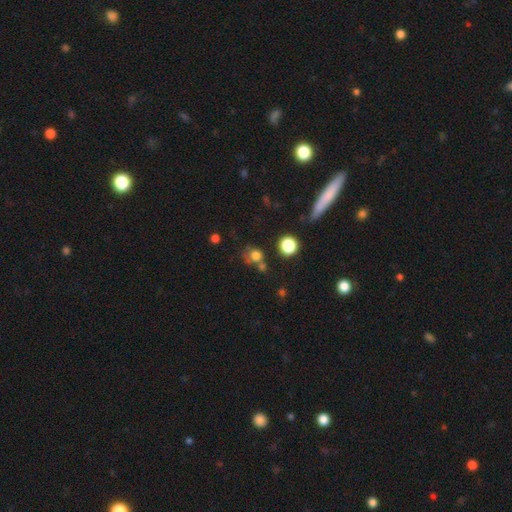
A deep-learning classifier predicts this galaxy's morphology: This is likely a smooth galaxy (74%). How rounded: clearly round (80%). Merging: possibly none (52%).